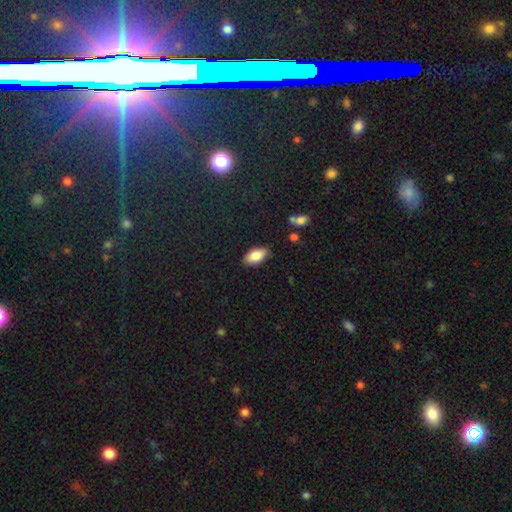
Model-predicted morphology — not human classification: Q: Smooth or featured?
A: smooth (83%); runner-up: featured or disk (10%)
Q: How rounded?
A: in between (91%); runner-up: cigar-shaped (6%)
Q: Merging?
A: none (85%); runner-up: minor disturbance (11%)